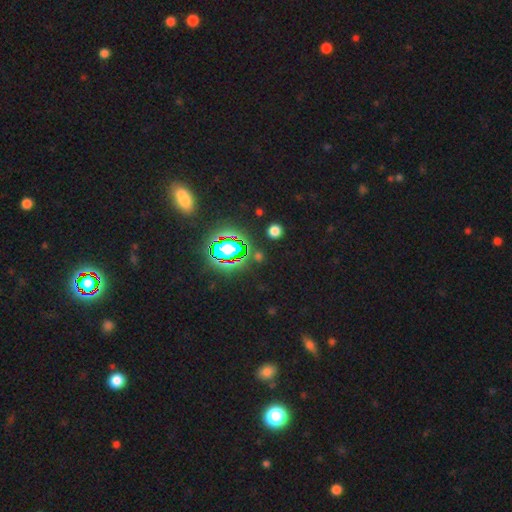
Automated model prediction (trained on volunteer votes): smooth_or_featured: star or artifact (p=0.72) [alt: smooth p=0.19]